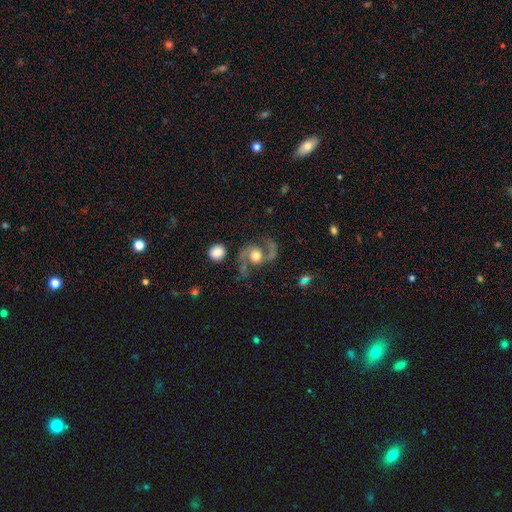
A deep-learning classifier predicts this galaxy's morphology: A featured or disk galaxy (88%) with no bar (70%), 2 (94%) loose (53%) spiral arms (97%) and a moderate central bulge (62%). Merging: none (67%).